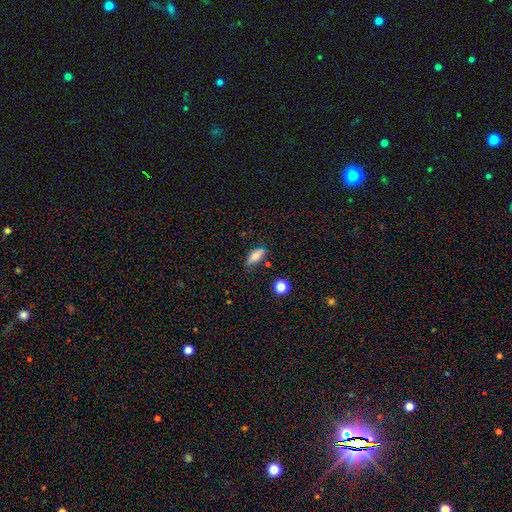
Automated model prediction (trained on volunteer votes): Morphology: type=smooth (80%); roundness=in between (73%); merging=none (71%).